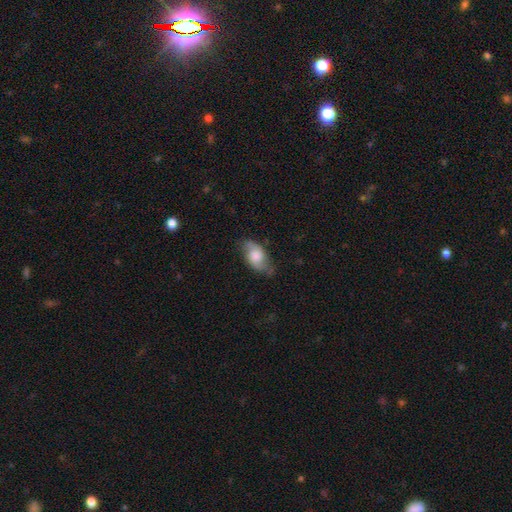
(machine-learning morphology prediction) smooth_or_featured: featured or disk (p=0.48) [alt: smooth p=0.45]
merging: none (p=0.68) [alt: minor disturbance p=0.23]